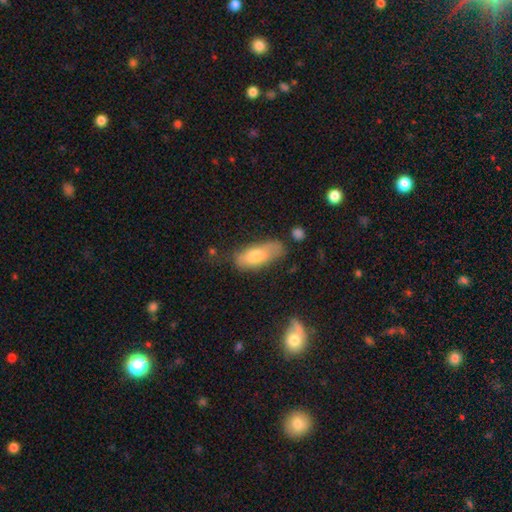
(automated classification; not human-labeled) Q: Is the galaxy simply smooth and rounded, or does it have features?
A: smooth — 71%.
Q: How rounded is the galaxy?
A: in between — 75%.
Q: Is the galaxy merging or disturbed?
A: none — 55%.